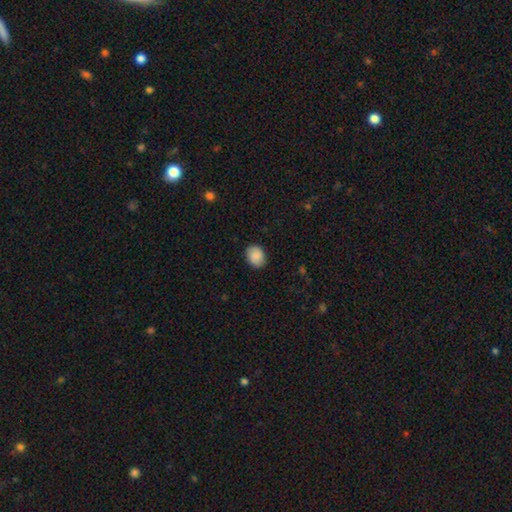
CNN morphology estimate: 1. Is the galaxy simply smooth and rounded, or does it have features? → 87% smooth, 7% star or artifact, 5% featured or disk.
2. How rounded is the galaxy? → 55% round, 44% in between, 1% cigar-shaped.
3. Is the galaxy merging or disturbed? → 87% none, 10% minor disturbance, 2% major disturbance, 1% merger.